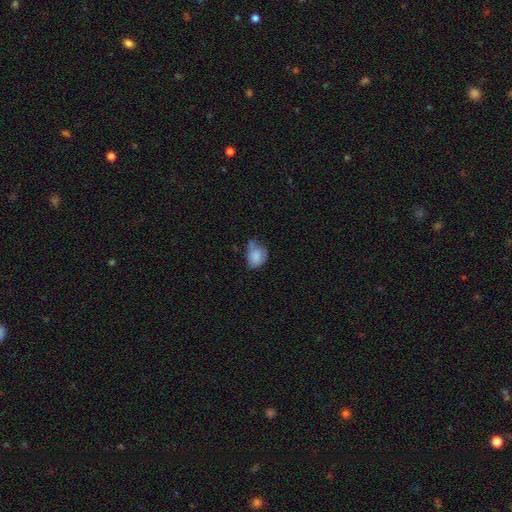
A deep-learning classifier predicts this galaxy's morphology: Overall: smooth (76%). How rounded: in between (66%; round 32%). Merging: minor disturbance (42%; none 33%).